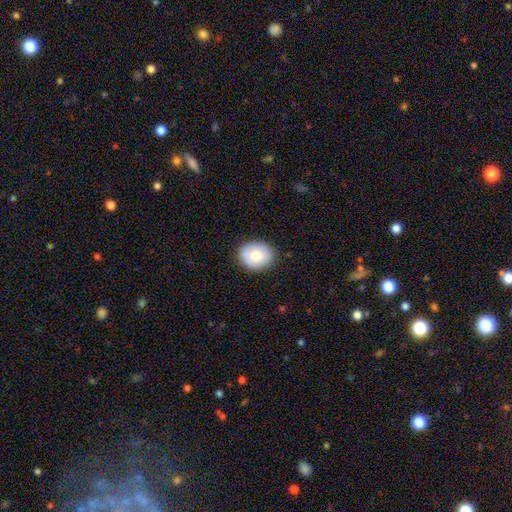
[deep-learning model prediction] A smooth galaxy with no disk features (80%) that is round (52%). Merging: none (86%).